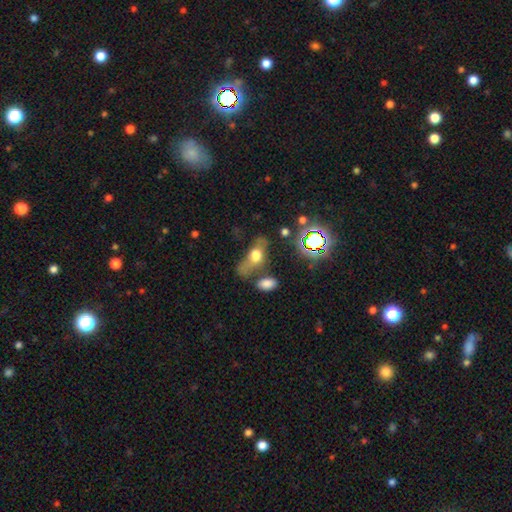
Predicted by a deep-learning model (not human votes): smooth 48%, featured or disk 37%, star or artifact 15%. Down the decision tree: merging — none (50%).